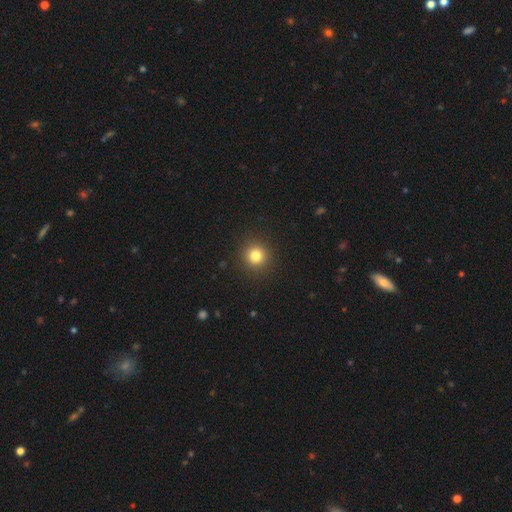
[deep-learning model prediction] Smooth or featured? Predicted: smooth (p=0.81). How rounded? Predicted: round (p=0.94). Merging? Predicted: none (p=0.92).